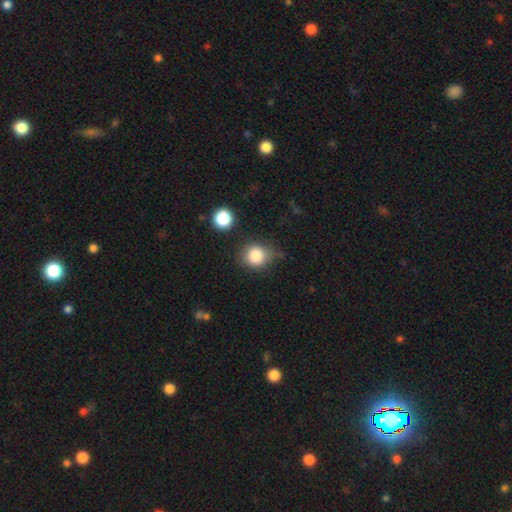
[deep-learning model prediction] Smooth or featured: smooth — 84% (star or artifact — 10%)
How rounded: round — 79% (in between — 20%)
Merging: none — 68% (minor disturbance — 20%)